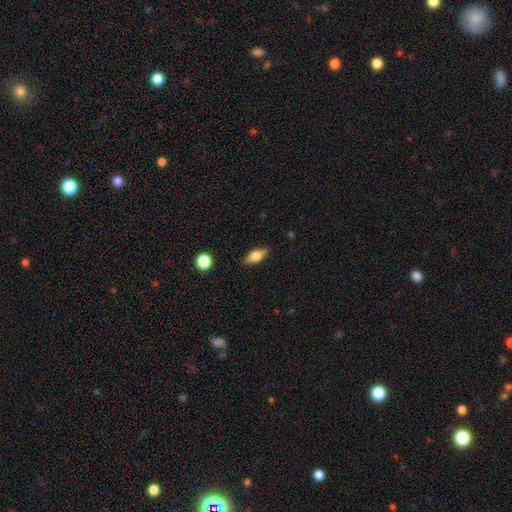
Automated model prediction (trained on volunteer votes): Smooth or featured? Predicted: smooth (p=0.70). How rounded? Predicted: in between (p=0.81). Merging? Predicted: none (p=0.85).